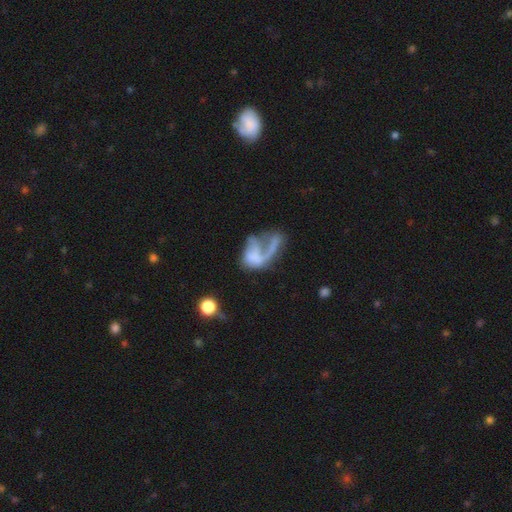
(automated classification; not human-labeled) Morphology: type=featured or disk (51%); edge-on=no (96%); merging=major disturbance (51%).